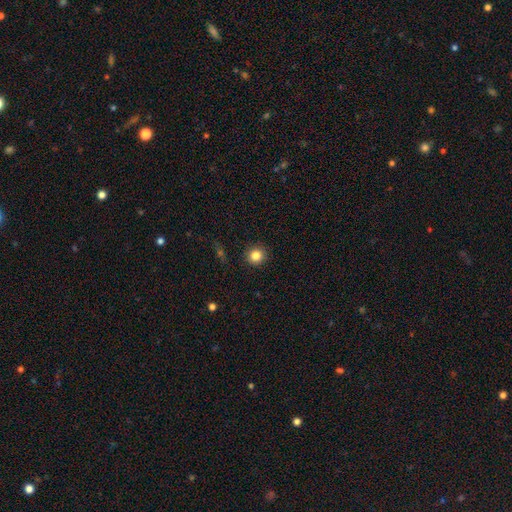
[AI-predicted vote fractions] Smooth or featured? smooth (83%)
How rounded? round (92%)
Merging? none (91%)